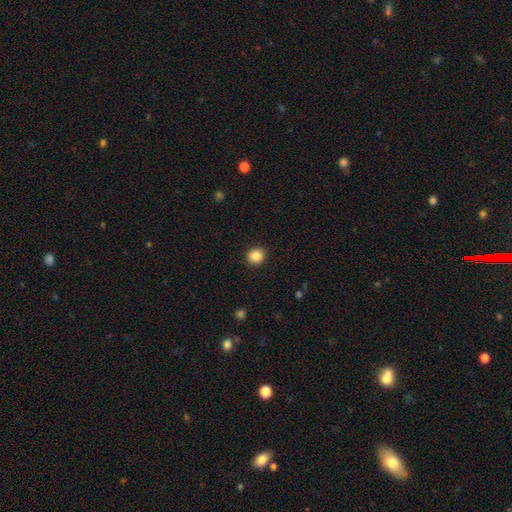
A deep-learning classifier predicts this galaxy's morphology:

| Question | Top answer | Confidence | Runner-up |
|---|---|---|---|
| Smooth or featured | smooth | 87% | star or artifact (10%) |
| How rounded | round | 88% | in between (11%) |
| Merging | none | 91% | minor disturbance (6%) |